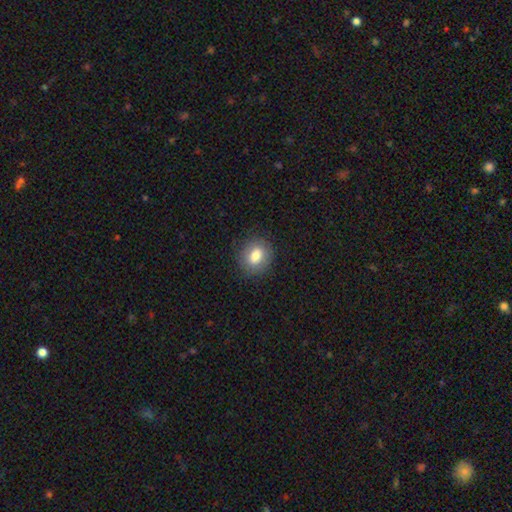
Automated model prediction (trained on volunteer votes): This appears to be a smooth galaxy with no disk features (80%) that is round (54%). Merging: none (85%).